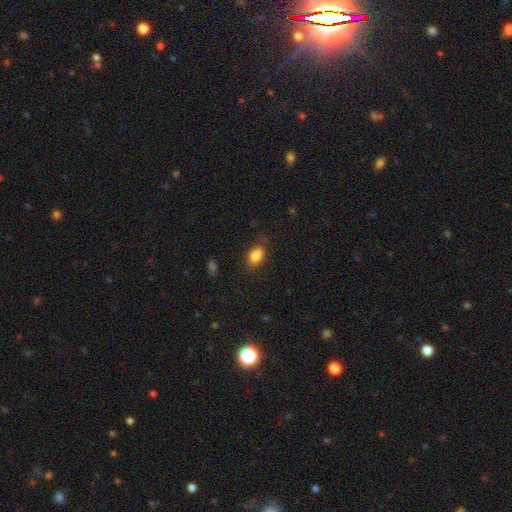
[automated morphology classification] A smooth galaxy with no disk features (84%) that is in between round and cigar-shaped (86%).

Vote fractions:
- Smooth or featured? smooth: 84% / star or artifact: 9% / featured or disk: 6%
- How rounded? in between: 86% / round: 12% / cigar-shaped: 3%
- Merging? none: 73% / minor disturbance: 20% / major disturbance: 5% / merger: 2%